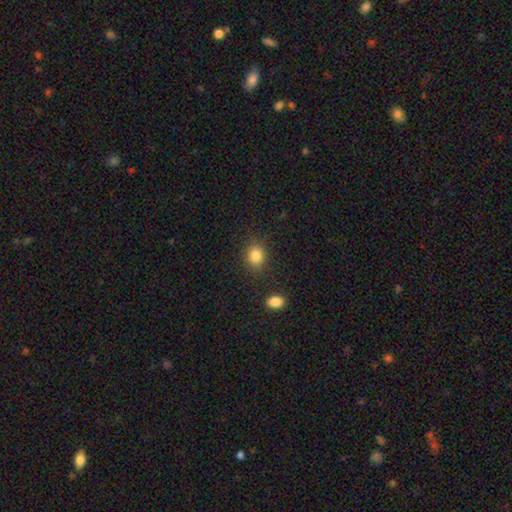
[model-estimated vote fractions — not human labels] Smooth or featured? Predicted: smooth (p=0.84). How rounded? Predicted: round (p=0.66). Merging? Predicted: none (p=0.83).